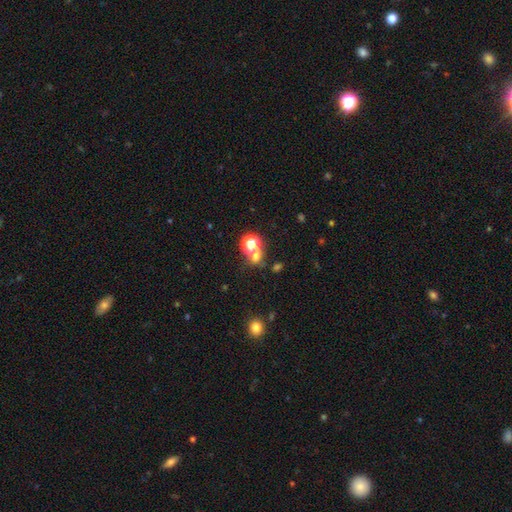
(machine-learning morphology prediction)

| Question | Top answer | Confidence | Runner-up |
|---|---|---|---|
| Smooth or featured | smooth | 57% | star or artifact (34%) |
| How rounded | round | 70% | in between (29%) |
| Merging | none | 58% | merger (28%) |